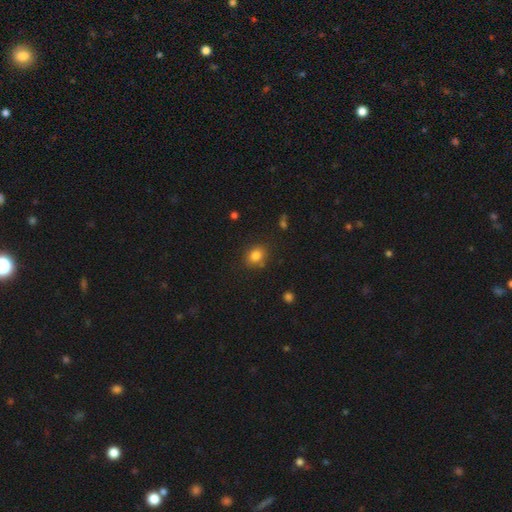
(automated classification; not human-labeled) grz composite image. It shows a smooth galaxy with no disk features (82%) that is round (56%). Merging: none (77%).